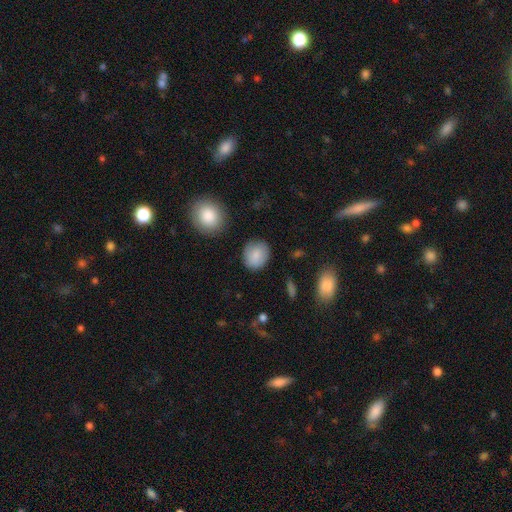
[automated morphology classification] Overall: smooth (85%). How rounded: round (68%; in between 30%). Merging: none (85%).